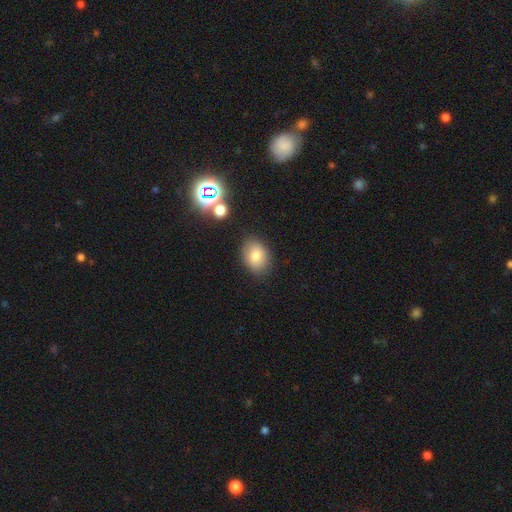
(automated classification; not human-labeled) smooth 78%, star or artifact 11%, featured or disk 10%. Down the decision tree: how rounded — in between (69%); merging — none (83%).